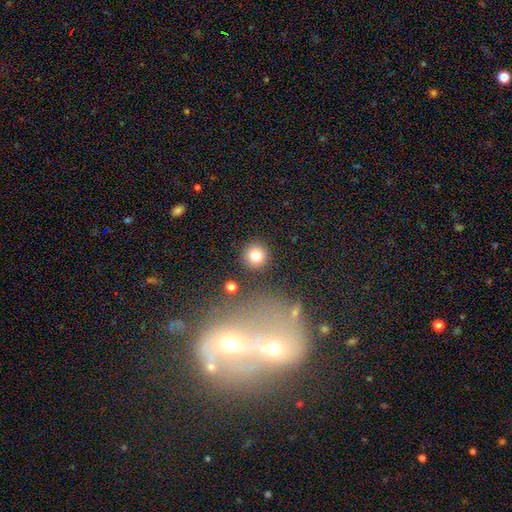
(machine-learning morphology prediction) A smooth galaxy with no disk features (79%) that is round (94%). Merging: none (89%).